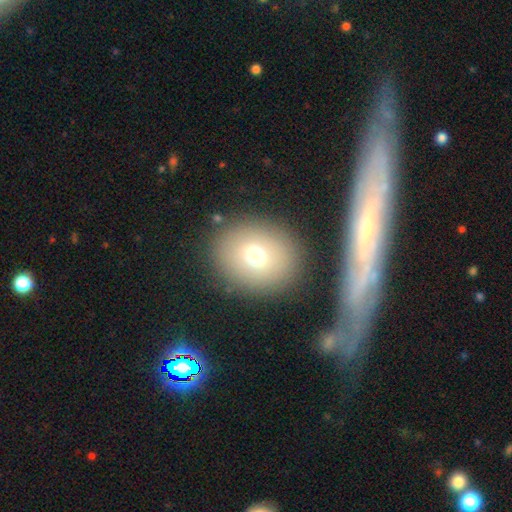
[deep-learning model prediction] This appears to be a smooth galaxy with no disk features (71%) that is round (67%). Merging: none (85%).